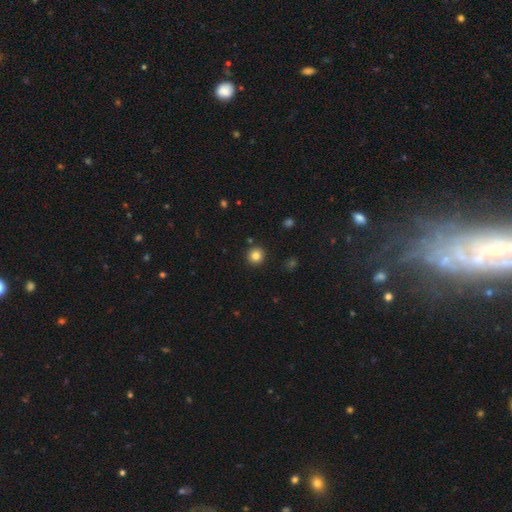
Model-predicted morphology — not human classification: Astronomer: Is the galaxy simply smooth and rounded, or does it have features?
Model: smooth — 83%.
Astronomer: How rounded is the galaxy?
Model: round — 94%.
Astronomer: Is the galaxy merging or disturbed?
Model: none — 91%.